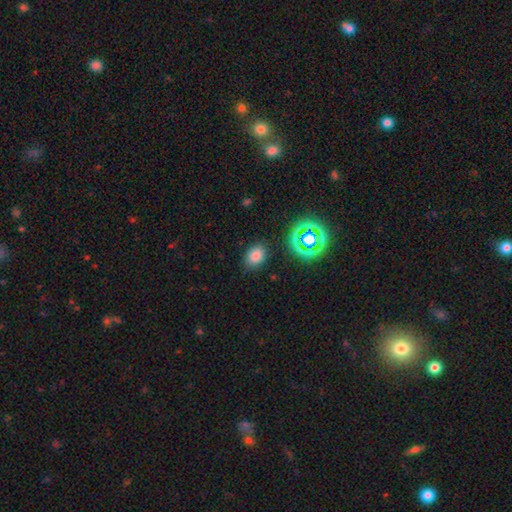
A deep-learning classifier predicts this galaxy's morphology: smooth-or-featured: smooth: 76% | star or artifact: 17% | featured or disk: 7%
  how-rounded: in between: 75% | round: 23% | cigar-shaped: 1%
  merging: none: 83% | minor disturbance: 12% | major disturbance: 3% | merger: 2%